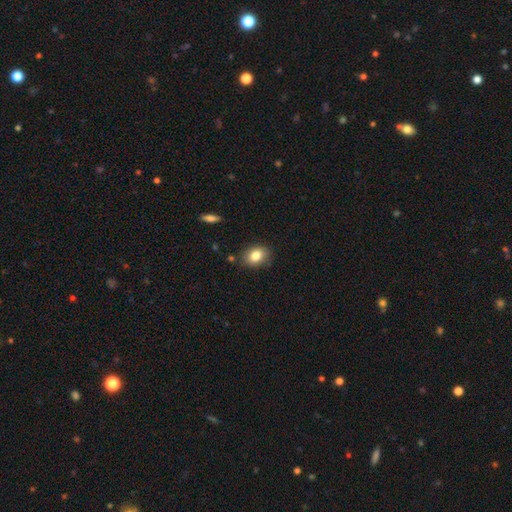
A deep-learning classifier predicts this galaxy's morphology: type=smooth (82%); roundness=in between (66%); merging=none (84%).